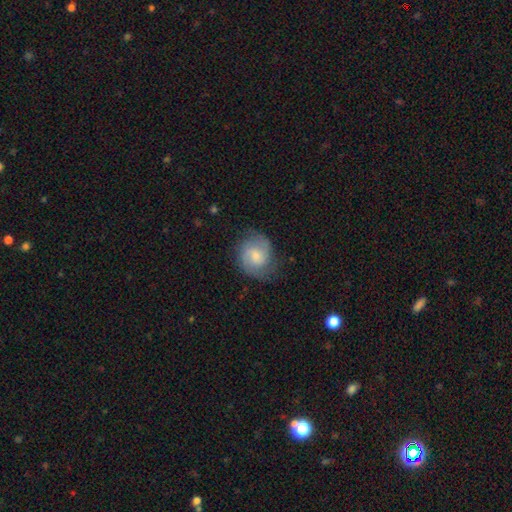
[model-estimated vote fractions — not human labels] This appears to be a featured or disk galaxy (55%) with no bar (47%), spiral arms (89%) and a small central bulge (43%). Merging: none (67%).